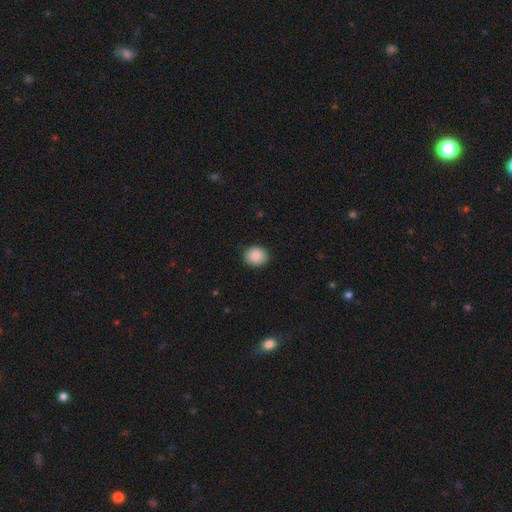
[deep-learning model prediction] This is clearly a smooth galaxy (88%). How rounded: likely round (74%). Merging: clearly none (89%).